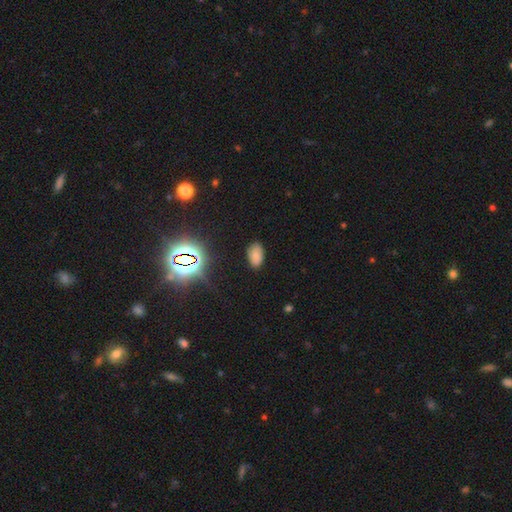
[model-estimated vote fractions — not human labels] Morphology: type=smooth (75%); roundness=in between (93%); merging=none (83%).